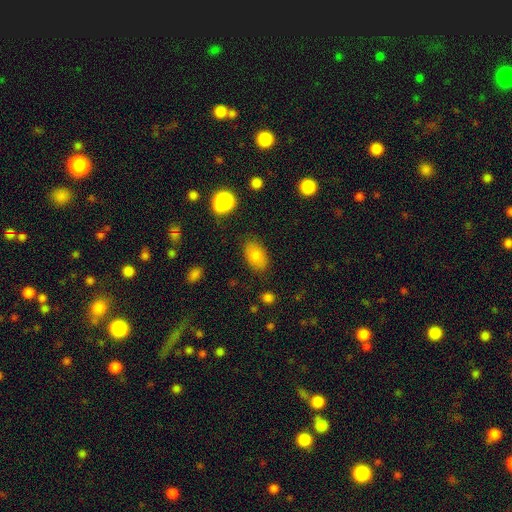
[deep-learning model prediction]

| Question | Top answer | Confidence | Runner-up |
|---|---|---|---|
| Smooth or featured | smooth | 79% | featured or disk (12%) |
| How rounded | in between | 89% | round (10%) |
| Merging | none | 82% | minor disturbance (13%) |